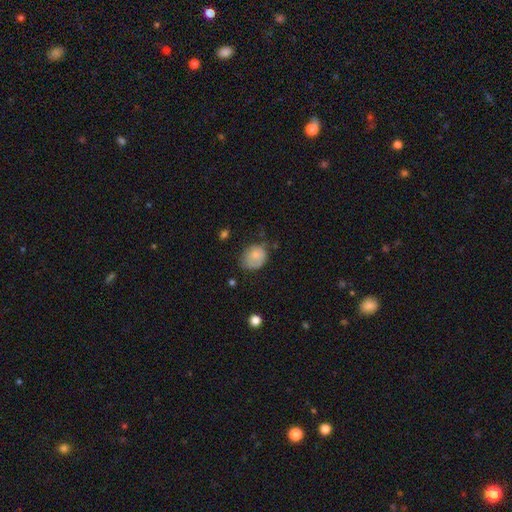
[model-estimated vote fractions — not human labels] A smooth galaxy with no disk features (74%) that is round (51%).

Vote fractions:
- Smooth or featured? smooth: 74% / featured or disk: 17% / star or artifact: 8%
- How rounded? round: 51% / in between: 48% / cigar-shaped: 1%
- Merging? none: 49% / minor disturbance: 35% / major disturbance: 13% / merger: 3%